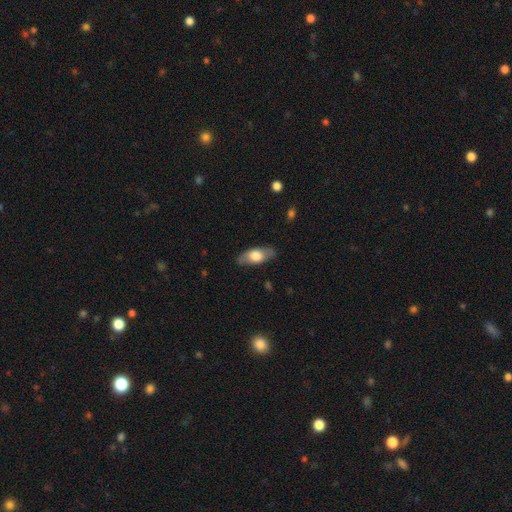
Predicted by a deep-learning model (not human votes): This appears to be a smooth galaxy with no disk features (62%) that is in between round and cigar-shaped (82%). Merging: none (81%).